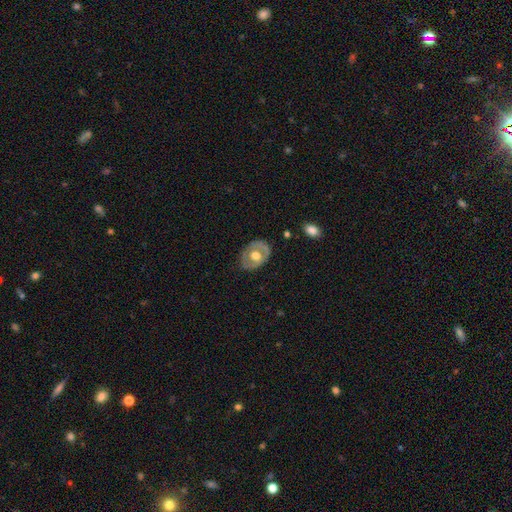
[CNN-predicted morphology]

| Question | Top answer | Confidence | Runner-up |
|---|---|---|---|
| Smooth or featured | featured or disk | 57% | smooth (38%) |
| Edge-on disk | no | 93% | yes (7%) |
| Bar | no | 78% | weak (18%) |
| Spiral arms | no | 76% | yes (24%) |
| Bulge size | moderate | 64% | large (29%) |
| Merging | none | 75% | minor disturbance (18%) |